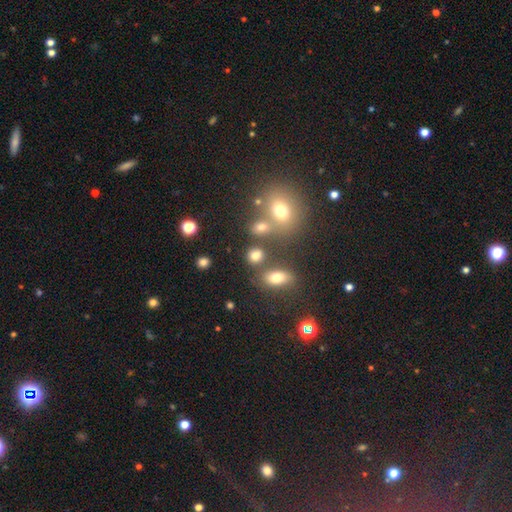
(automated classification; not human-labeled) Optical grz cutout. It shows a smooth galaxy with no disk features (74%) that is round (57%). Merging: none (65%).